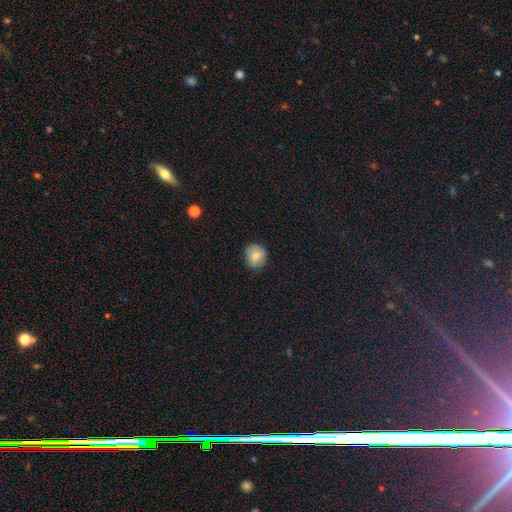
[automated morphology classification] smooth 78%, featured or disk 13%, star or artifact 9%. Down the decision tree: how rounded — round (83%); merging — none (83%).